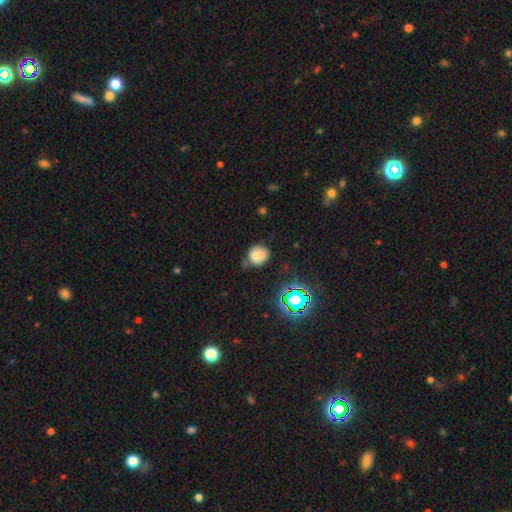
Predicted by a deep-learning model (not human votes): smooth_or_featured: smooth (p=0.71) [alt: star or artifact p=0.16]
how_rounded: round (p=0.79) [alt: in between p=0.20]
merging: none (p=0.60) [alt: minor disturbance p=0.26]